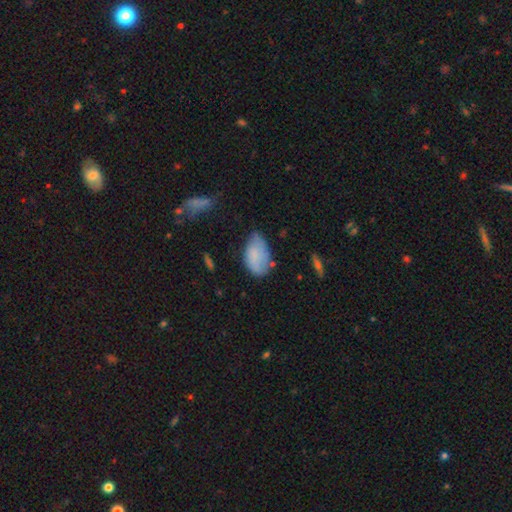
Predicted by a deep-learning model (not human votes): Q: Smooth or featured?
A: smooth (77%); runner-up: featured or disk (15%)
Q: How rounded?
A: in between (93%); runner-up: round (6%)
Q: Merging?
A: none (49%); runner-up: minor disturbance (37%)